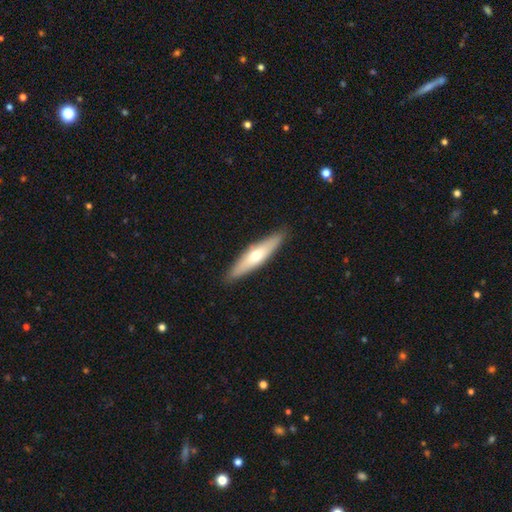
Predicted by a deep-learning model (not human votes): The model was most divided on "smooth or featured": smooth: 49%, featured or disk: 45%, star or artifact: 6%. More confident: merging — none (90%).